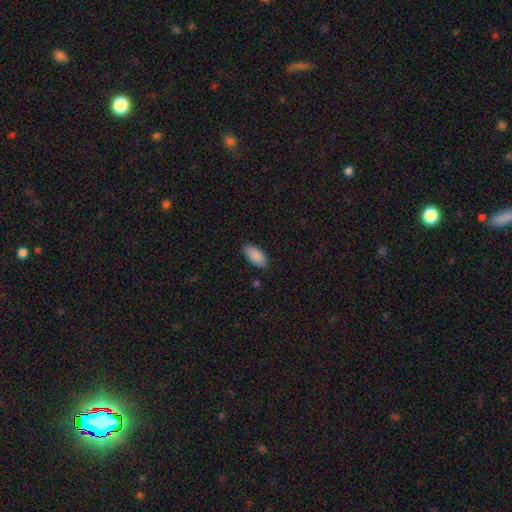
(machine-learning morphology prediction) Smooth or featured: smooth — 90% (star or artifact — 6%)
How rounded: in between — 92% (cigar-shaped — 6%)
Merging: none — 86% (minor disturbance — 10%)